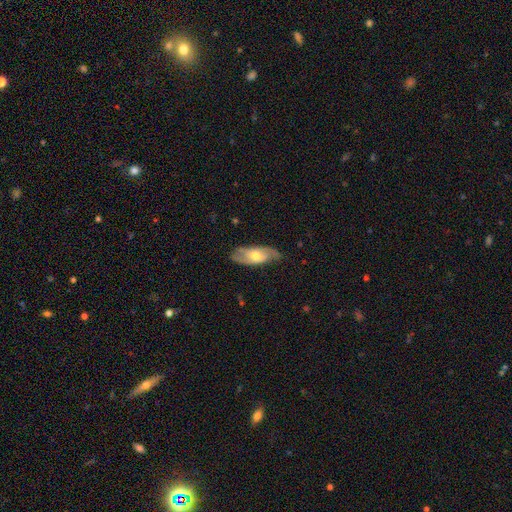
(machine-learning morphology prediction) smooth_or_featured: featured or disk (p=0.54) [alt: smooth p=0.40]
disk_edge_on: no (p=0.79) [alt: yes p=0.21]
merging: none (p=0.73) [alt: minor disturbance p=0.21]